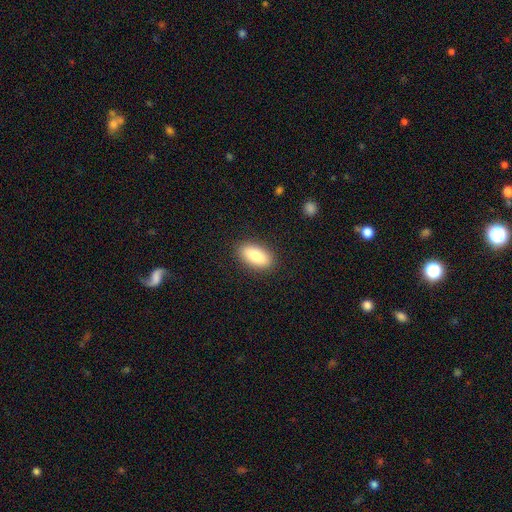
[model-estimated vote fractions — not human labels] The model was most divided on "smooth or featured": smooth: 83%, featured or disk: 11%, star or artifact: 6%. More confident: merging — none (89%); how rounded — in between (87%).